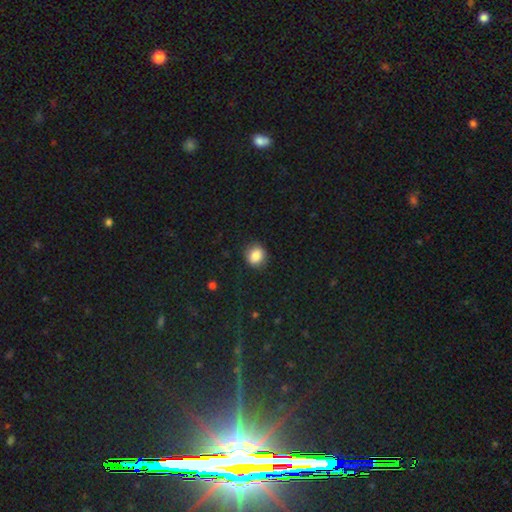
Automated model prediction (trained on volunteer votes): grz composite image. It shows a smooth galaxy with no disk features (86%) that is round (73%). Merging: none (85%).